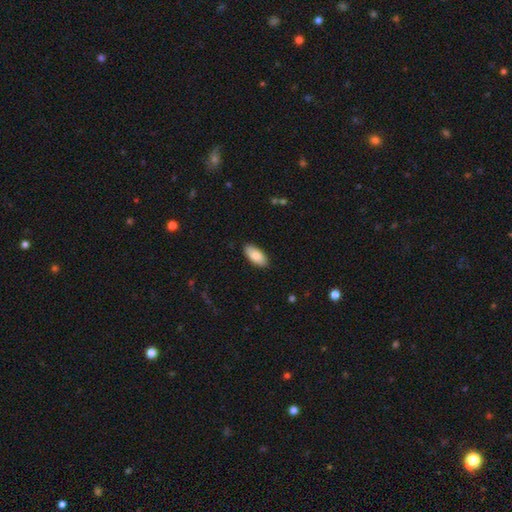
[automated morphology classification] smooth-or-featured: smooth: 84% | featured or disk: 10% | star or artifact: 6%
  how-rounded: in between: 91% | cigar-shaped: 8% | round: 2%
  merging: none: 88% | minor disturbance: 9% | major disturbance: 2% | merger: 1%